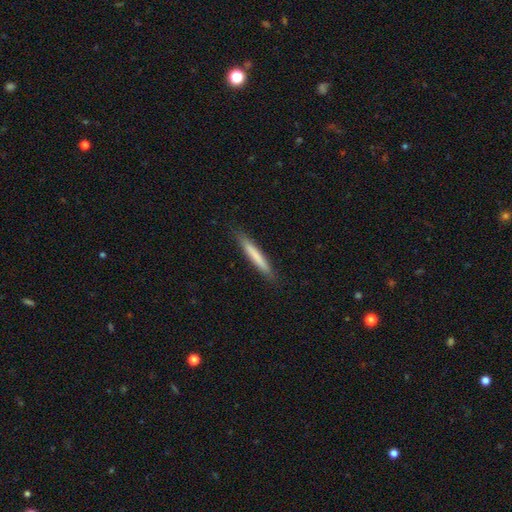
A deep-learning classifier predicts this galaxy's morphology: smooth-or-featured: smooth: 73% | featured or disk: 22% | star or artifact: 5%
  how-rounded: cigar-shaped: 96% | in between: 3% | round: 1%
  merging: none: 89% | minor disturbance: 8% | major disturbance: 2% | merger: 1%